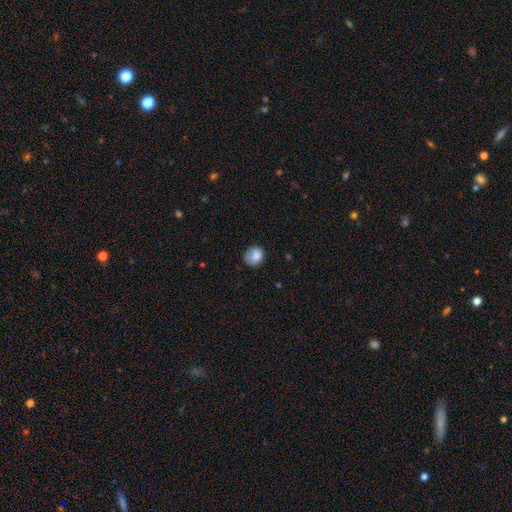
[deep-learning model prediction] Smooth or featured: smooth — 82% (star or artifact — 9%)
How rounded: round — 73% (in between — 26%)
Merging: none — 67% (minor disturbance — 24%)